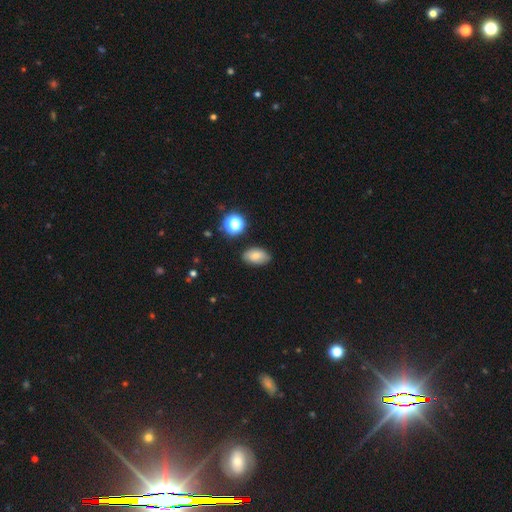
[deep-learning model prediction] A smooth galaxy with no disk features (77%) that is in between round and cigar-shaped (90%). Merging: none (81%).